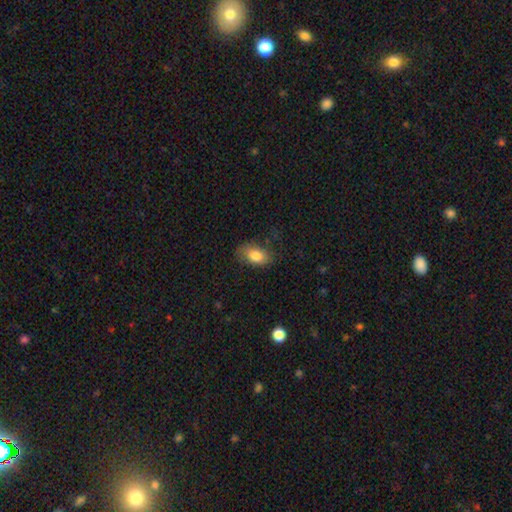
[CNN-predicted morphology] Smooth or featured: smooth — 80% (featured or disk — 12%)
How rounded: in between — 88% (round — 10%)
Merging: none — 71% (minor disturbance — 21%)